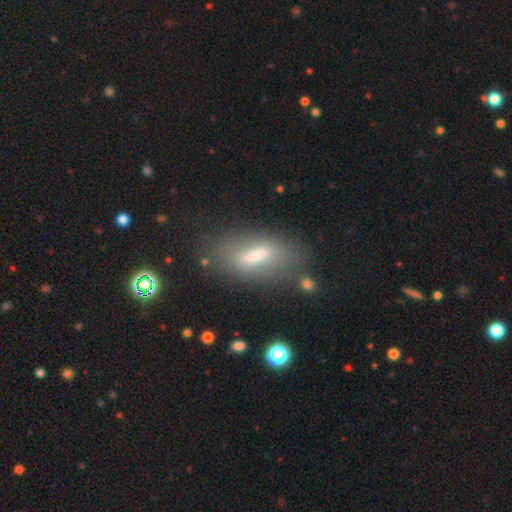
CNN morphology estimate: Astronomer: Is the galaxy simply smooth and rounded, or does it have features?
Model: smooth — 59%.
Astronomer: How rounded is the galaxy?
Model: in between — 62%.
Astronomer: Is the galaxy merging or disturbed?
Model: none — 66%.